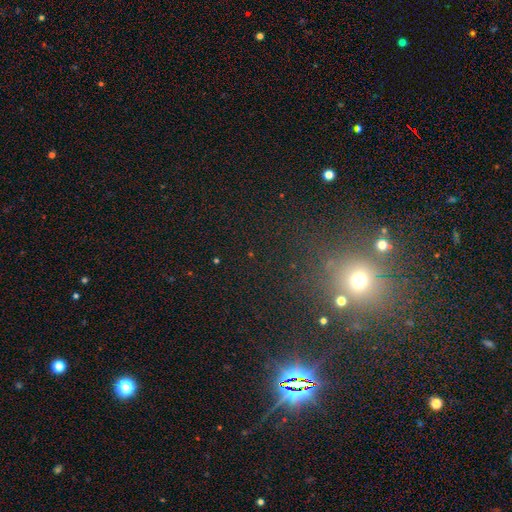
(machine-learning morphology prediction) Smooth or featured?
  - star or artifact: 68% *
  - smooth: 23%
  - featured or disk: 9%